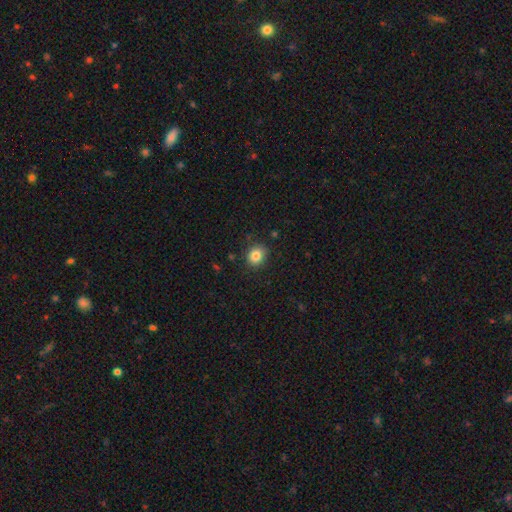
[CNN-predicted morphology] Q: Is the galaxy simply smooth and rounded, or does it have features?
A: smooth — 84%.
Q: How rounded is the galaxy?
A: round — 73%.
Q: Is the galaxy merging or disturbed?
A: none — 86%.